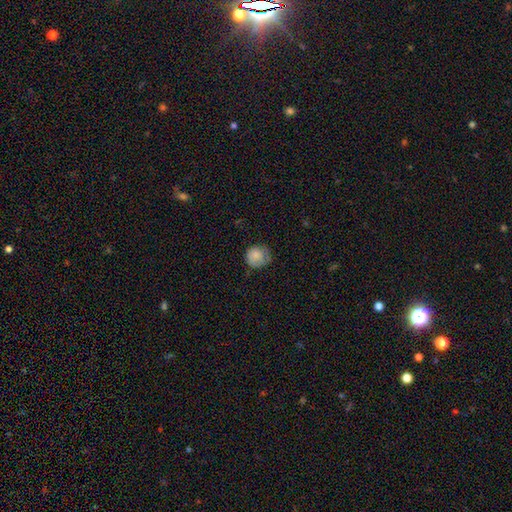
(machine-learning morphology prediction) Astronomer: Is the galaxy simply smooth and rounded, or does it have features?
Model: smooth — 79%.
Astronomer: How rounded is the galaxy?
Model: round — 85%.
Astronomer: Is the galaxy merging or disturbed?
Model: none — 58%.